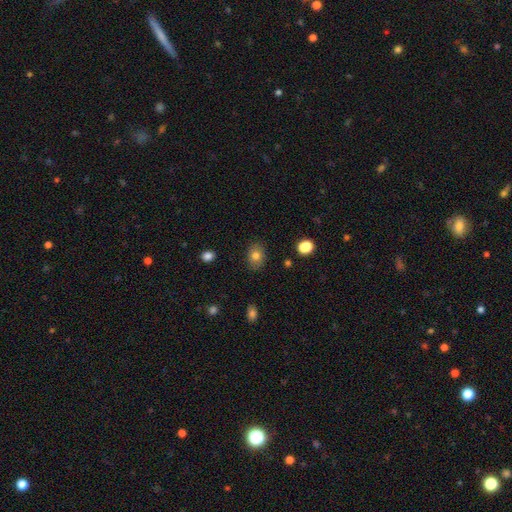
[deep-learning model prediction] A smooth galaxy with no disk features (78%) that is in between round and cigar-shaped (64%).

Vote fractions:
- Smooth or featured? smooth: 78% / featured or disk: 11% / star or artifact: 10%
- How rounded? in between: 64% / round: 35% / cigar-shaped: 1%
- Merging? none: 86% / minor disturbance: 10% / major disturbance: 3% / merger: 1%